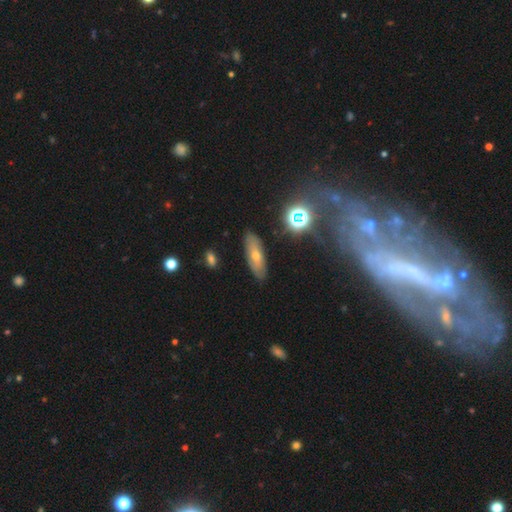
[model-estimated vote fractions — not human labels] Smooth or featured? smooth (49%)
Merging? none (84%)